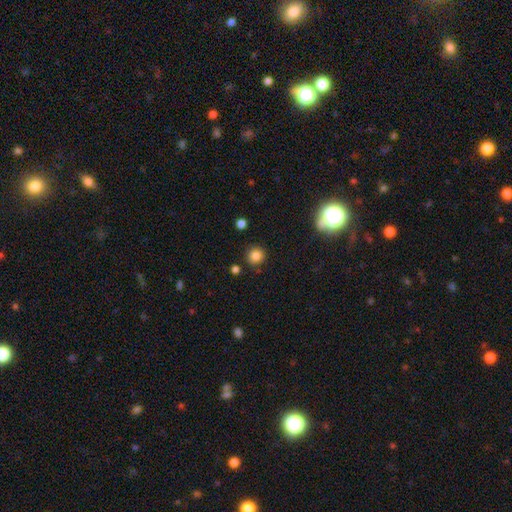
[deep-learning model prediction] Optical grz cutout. It shows a smooth galaxy with no disk features (82%) that is round (92%). Merging: none (88%).